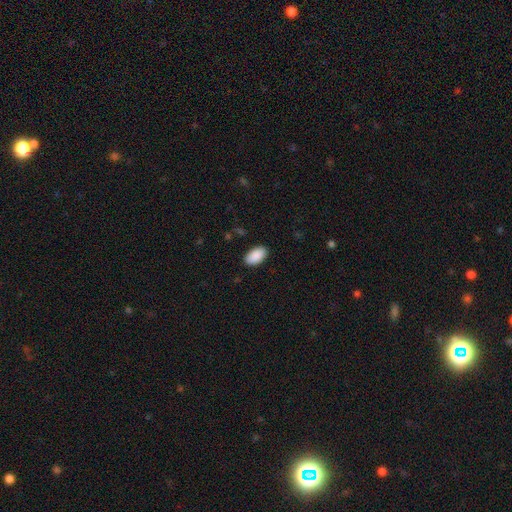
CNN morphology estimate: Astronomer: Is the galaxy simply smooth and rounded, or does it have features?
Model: smooth — 91%.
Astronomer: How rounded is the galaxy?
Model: in between — 95%.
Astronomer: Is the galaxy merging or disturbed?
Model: none — 89%.